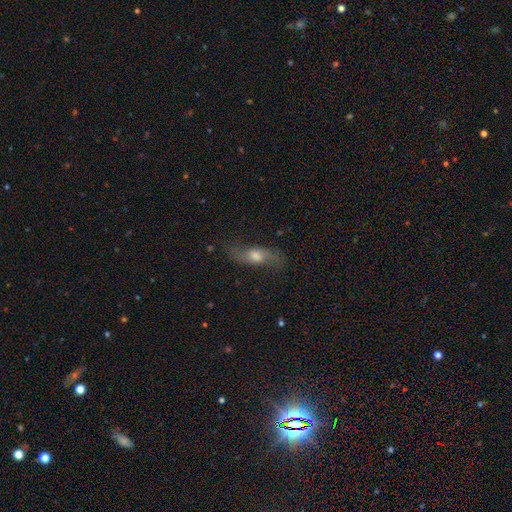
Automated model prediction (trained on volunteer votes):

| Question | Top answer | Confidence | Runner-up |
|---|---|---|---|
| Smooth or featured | featured or disk | 63% | smooth (27%) |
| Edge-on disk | no | 76% | yes (24%) |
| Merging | none | 72% | minor disturbance (18%) |